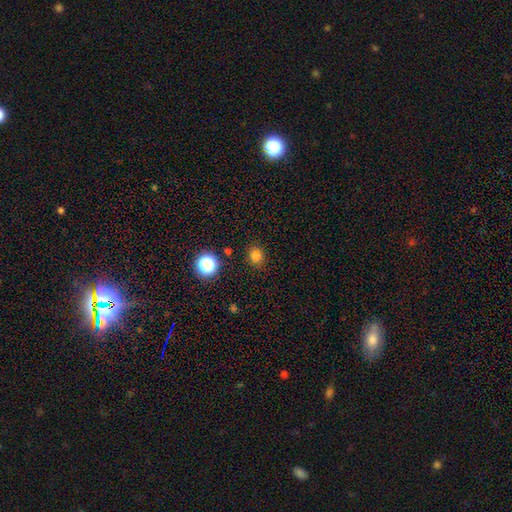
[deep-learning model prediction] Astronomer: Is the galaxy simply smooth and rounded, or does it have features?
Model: smooth — 79%.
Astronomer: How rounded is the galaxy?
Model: round — 75%.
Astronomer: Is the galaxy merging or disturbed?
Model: none — 87%.